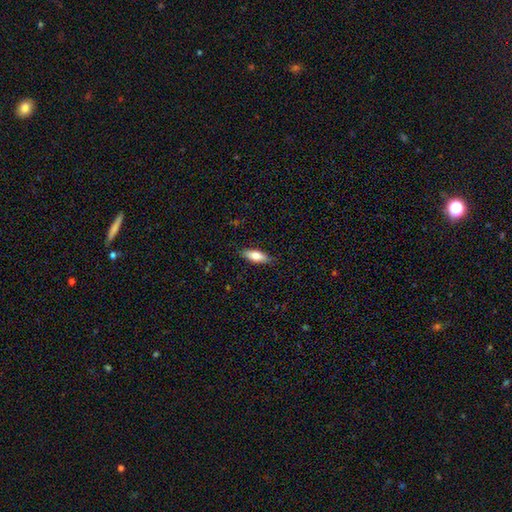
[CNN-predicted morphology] This appears to be a smooth galaxy with no disk features (75%) that is in between round and cigar-shaped (67%). Merging: none (87%).